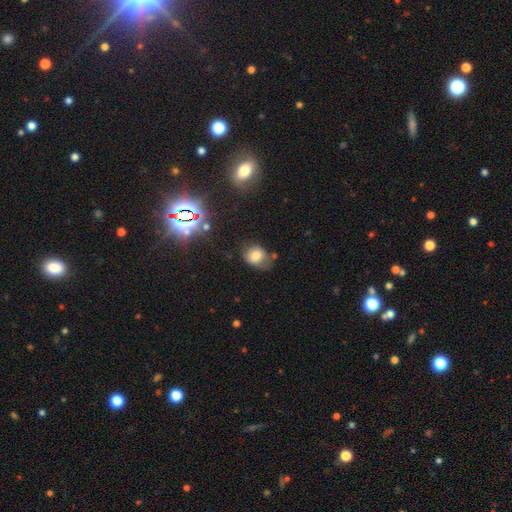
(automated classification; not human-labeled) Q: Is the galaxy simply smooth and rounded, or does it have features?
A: smooth — 72%.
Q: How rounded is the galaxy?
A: round — 62%.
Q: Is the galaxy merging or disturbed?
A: none — 59%.